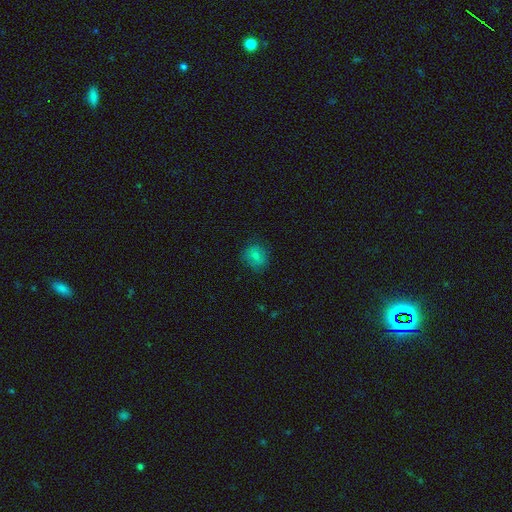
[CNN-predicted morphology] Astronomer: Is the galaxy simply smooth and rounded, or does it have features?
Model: smooth — 70%.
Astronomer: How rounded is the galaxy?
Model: round — 78%.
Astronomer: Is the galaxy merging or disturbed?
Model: none — 82%.